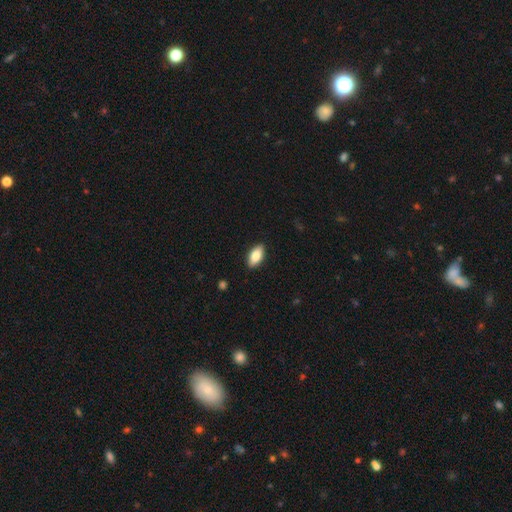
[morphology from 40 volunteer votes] Smooth or featured? smooth (78%)
How rounded? in between (90%)
Merging? none (87%)